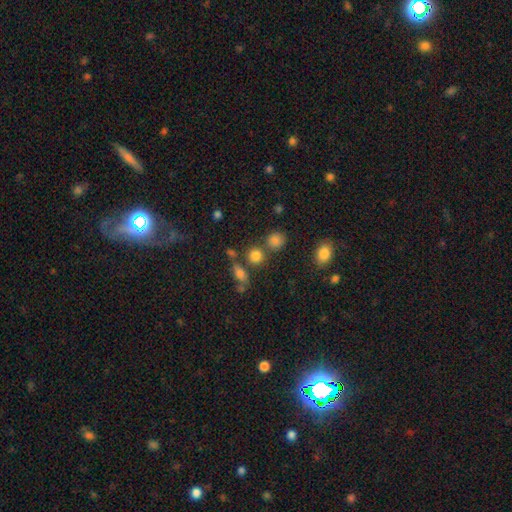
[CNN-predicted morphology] Q: Smooth or featured?
A: smooth (80%); runner-up: star or artifact (14%)
Q: How rounded?
A: round (81%); runner-up: in between (17%)
Q: Merging?
A: none (67%); runner-up: merger (19%)